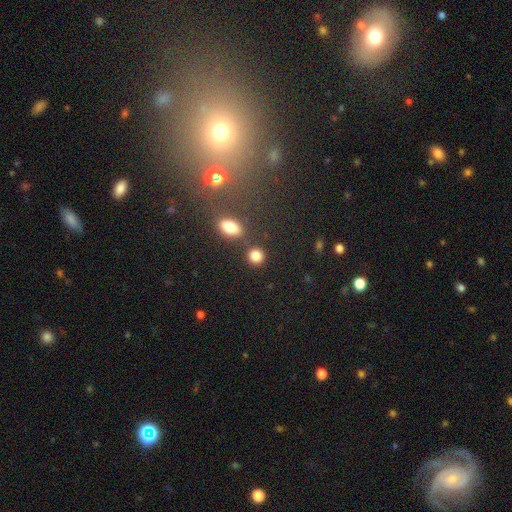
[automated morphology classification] type=smooth (85%); roundness=round (85%); merging=none (77%).